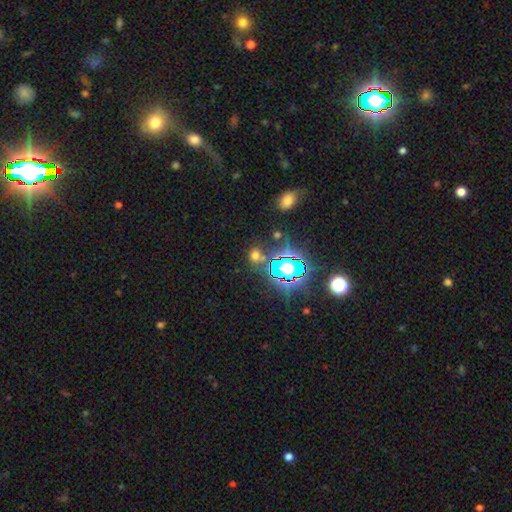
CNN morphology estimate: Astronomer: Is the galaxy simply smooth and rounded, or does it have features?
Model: smooth — 47% (runner-up: star or artifact, 44%).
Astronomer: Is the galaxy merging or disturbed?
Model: none — 69%.